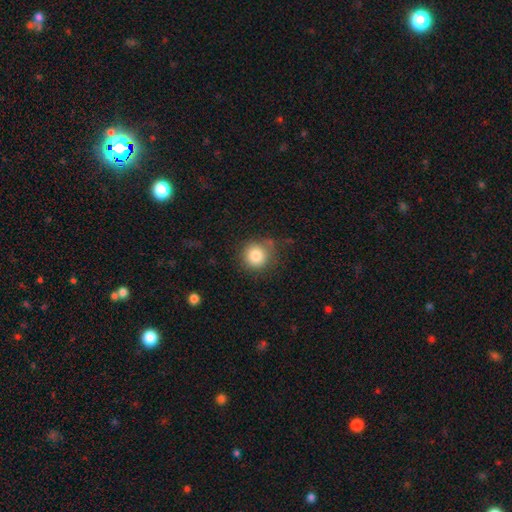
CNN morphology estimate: A smooth galaxy with no disk features (83%) that is round (92%).

Vote fractions:
- Smooth or featured? smooth: 83% / star or artifact: 10% / featured or disk: 7%
- How rounded? round: 92% / in between: 7% / cigar-shaped: 1%
- Merging? none: 76% / minor disturbance: 16% / major disturbance: 5% / merger: 3%